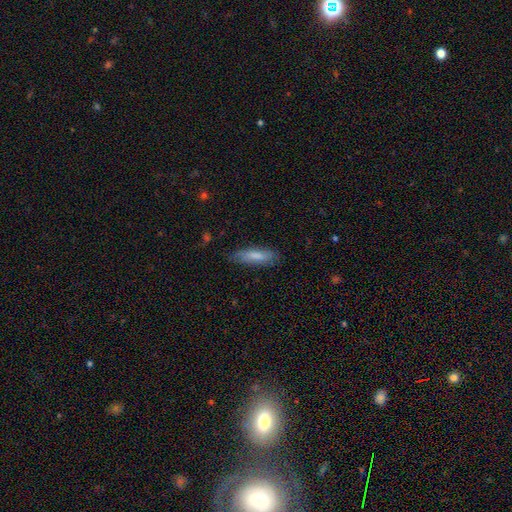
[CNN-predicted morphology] This appears to be a smooth galaxy with no disk features (77%) that is cigar-shaped (62%). Merging: none (77%).